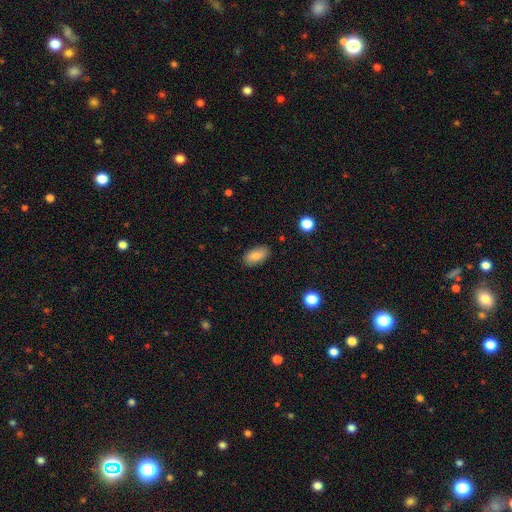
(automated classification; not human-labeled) A smooth galaxy with no disk features (84%) that is in between round and cigar-shaped (92%).

Vote fractions:
- Smooth or featured? smooth: 84% / featured or disk: 8% / star or artifact: 8%
- How rounded? in between: 92% / cigar-shaped: 4% / round: 4%
- Merging? none: 85% / minor disturbance: 11% / major disturbance: 2% / merger: 1%